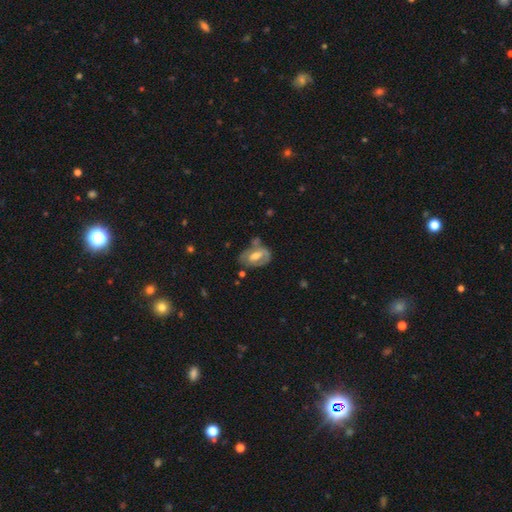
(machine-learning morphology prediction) The model was most divided on "spiral arms": yes: 53%, no: 47%. Remaining: edge-on disk — no (94%); bulge size — moderate (67%); smooth or featured — featured or disk (59%); merging — none (44%); bar — weak (43%).